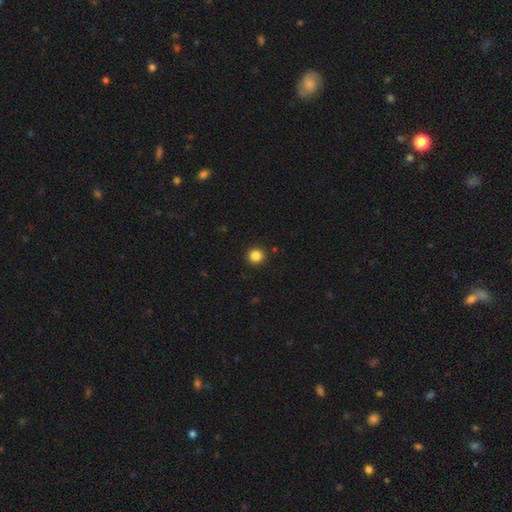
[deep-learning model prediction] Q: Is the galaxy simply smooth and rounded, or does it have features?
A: smooth — 85%.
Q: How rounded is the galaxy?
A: round — 95%.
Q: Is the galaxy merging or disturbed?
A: none — 93%.